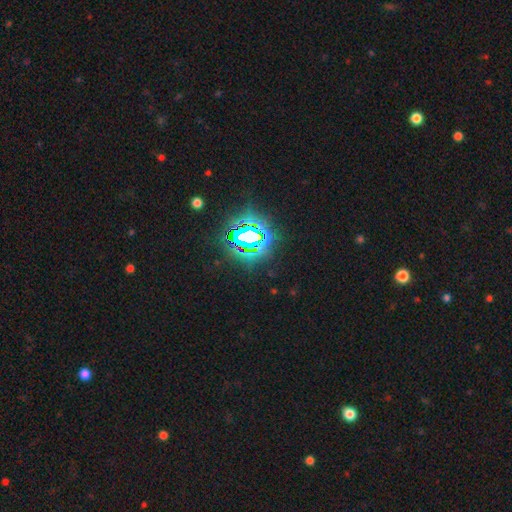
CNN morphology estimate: Smooth or featured: star or artifact — 84% (smooth — 10%)